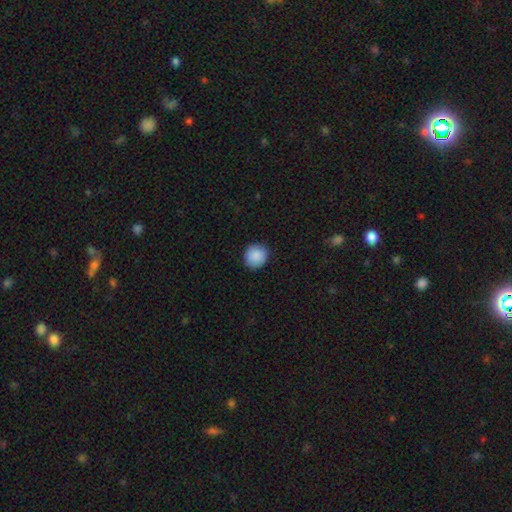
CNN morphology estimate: Q: Smooth or featured?
A: smooth (88%); runner-up: star or artifact (7%)
Q: How rounded?
A: round (88%); runner-up: in between (11%)
Q: Merging?
A: none (89%); runner-up: minor disturbance (8%)